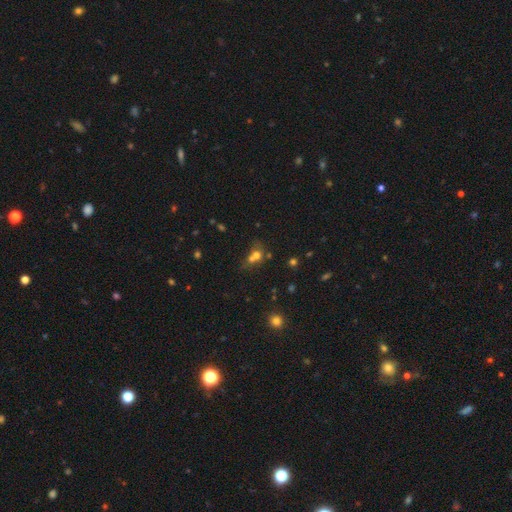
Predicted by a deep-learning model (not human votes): A smooth galaxy with no disk features (62%) that is round (64%).

Vote fractions:
- Smooth or featured? smooth: 62% / star or artifact: 21% / featured or disk: 18%
- How rounded? round: 64% / in between: 33% / cigar-shaped: 2%
- Merging? merger: 58% / none: 27% / minor disturbance: 9% / major disturbance: 7%